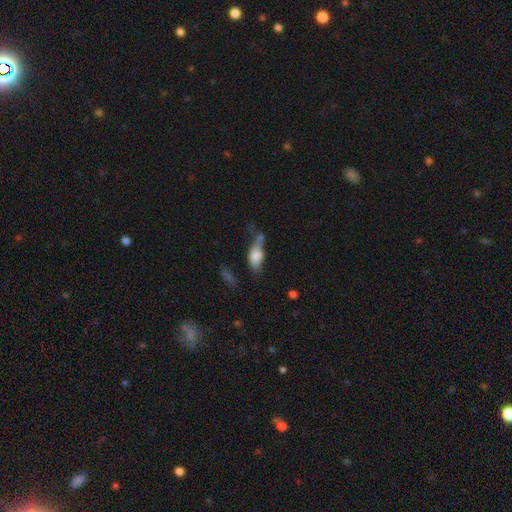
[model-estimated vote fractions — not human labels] Smooth or featured? smooth (66%)
How rounded? in between (78%)
Merging? none (27%)